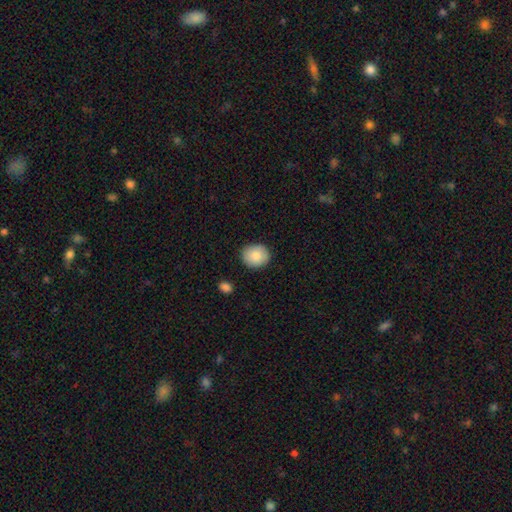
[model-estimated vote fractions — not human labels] Morphology: type=smooth (85%); roundness=round (75%); merging=none (88%).